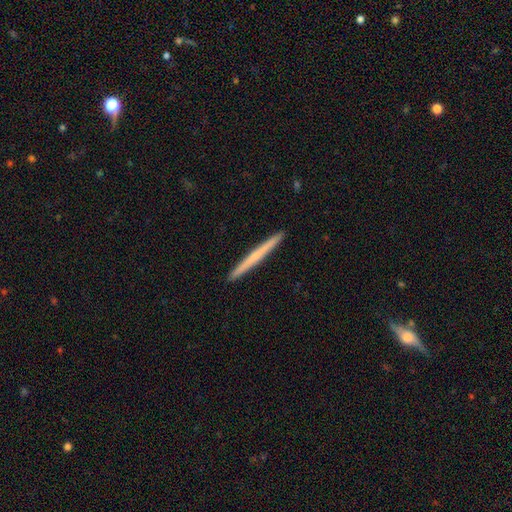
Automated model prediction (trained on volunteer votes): smooth 50%, featured or disk 44%, star or artifact 5%. Down the decision tree: how rounded — cigar-shaped (97%); merging — none (94%).